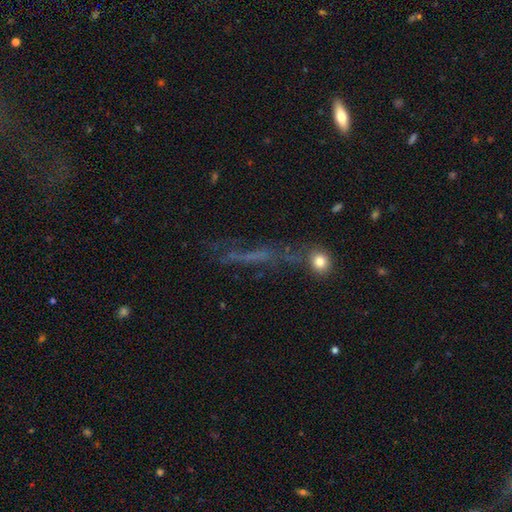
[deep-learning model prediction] This appears to be a featured or disk galaxy (42%). Merging: none (50%).